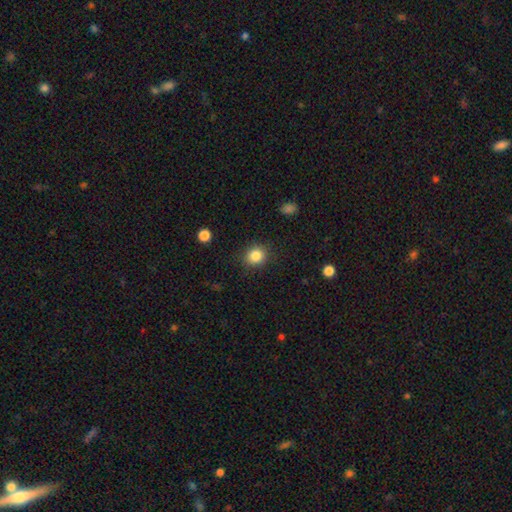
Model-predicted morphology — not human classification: Smooth or featured? Predicted: smooth (p=0.85). How rounded? Predicted: round (p=0.82). Merging? Predicted: none (p=0.88).